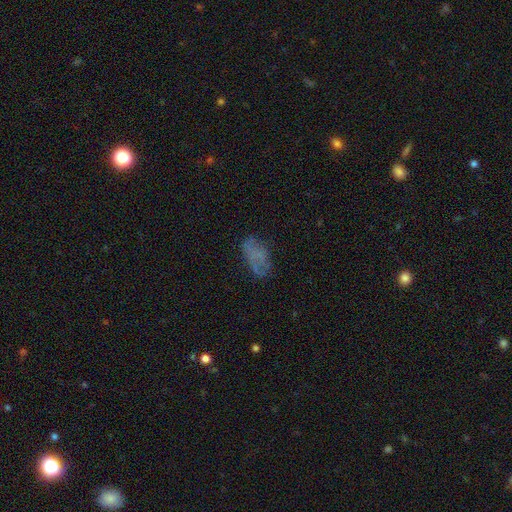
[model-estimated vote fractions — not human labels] Q: Smooth or featured?
A: smooth (50%); runner-up: featured or disk (33%)
Q: Merging?
A: none (58%); runner-up: minor disturbance (22%)